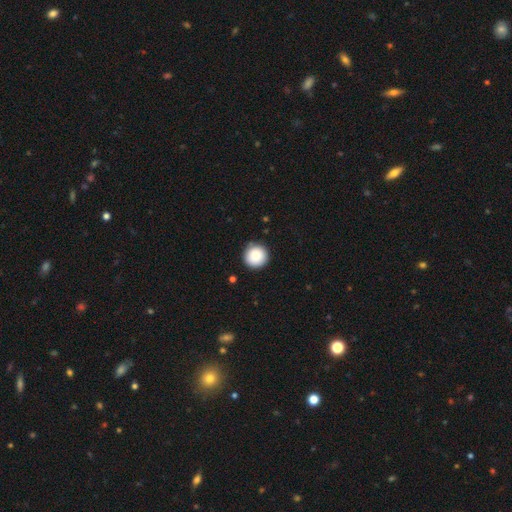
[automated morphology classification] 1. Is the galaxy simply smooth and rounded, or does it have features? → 86% smooth, 8% star or artifact, 6% featured or disk.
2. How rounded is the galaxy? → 96% round, 3% in between, 1% cigar-shaped.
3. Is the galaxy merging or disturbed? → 90% none, 7% minor disturbance, 2% major disturbance, 1% merger.